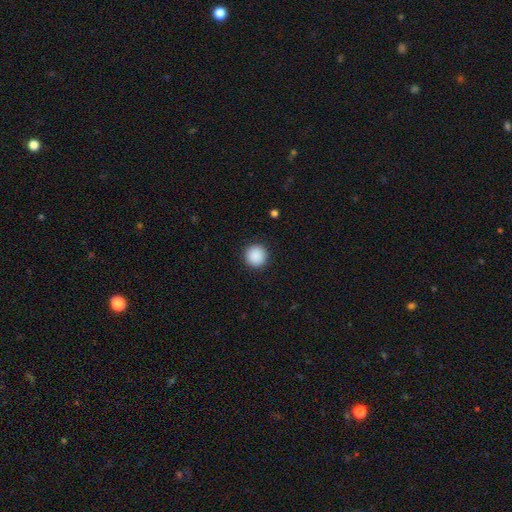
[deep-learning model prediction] This appears to be a smooth galaxy with no disk features (89%) that is round (95%). Merging: none (92%).